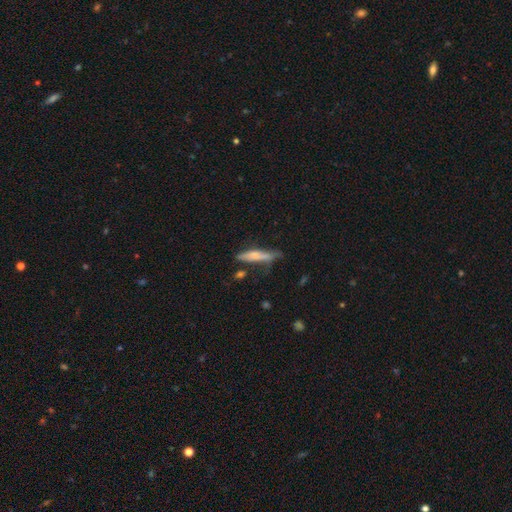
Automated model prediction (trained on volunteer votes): Overall: smooth (61%; featured or disk 32%). How rounded: cigar-shaped (86%). Merging: none (57%; minor disturbance 25%).